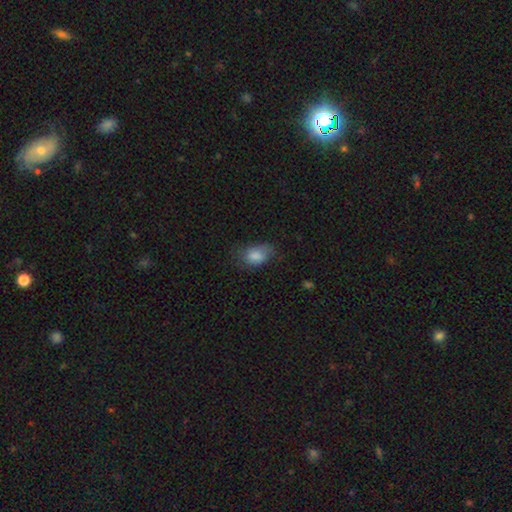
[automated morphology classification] Overall: smooth (82%). How rounded: in between (85%). Merging: none (55%; minor disturbance 30%).